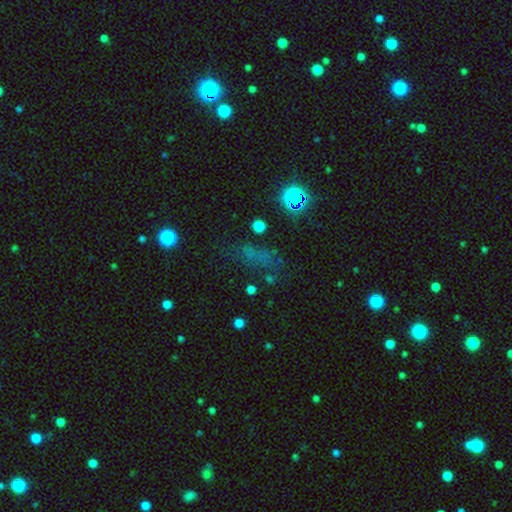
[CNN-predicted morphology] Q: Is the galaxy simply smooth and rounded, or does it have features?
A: star or artifact — 41%, tied with smooth.